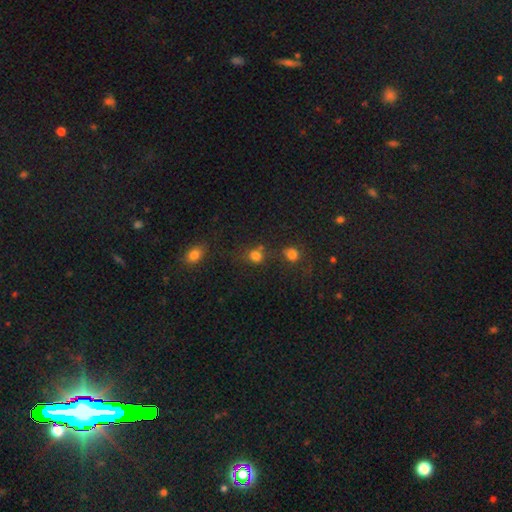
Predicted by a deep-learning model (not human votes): Overall: smooth (77%). How rounded: round (78%). Merging: none (61%).